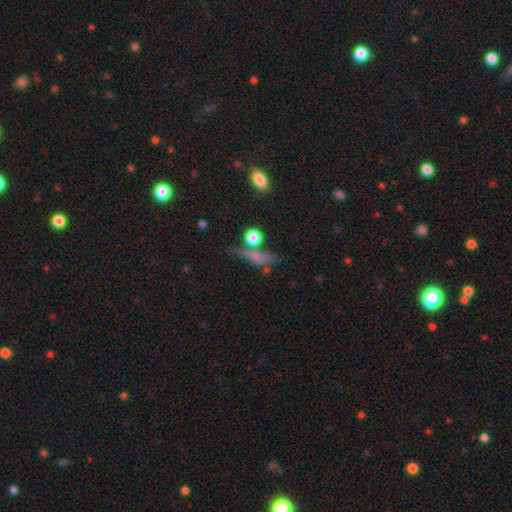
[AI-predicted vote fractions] Overall: smooth (58%; featured or disk 26%). How rounded: cigar-shaped (45%; in between 34%). Merging: none (53%; minor disturbance 20%).